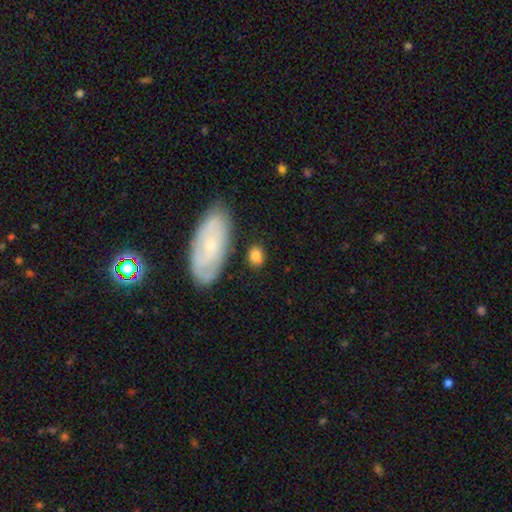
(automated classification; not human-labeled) Morphology: type=smooth (80%); roundness=in between (56%); merging=none (75%).